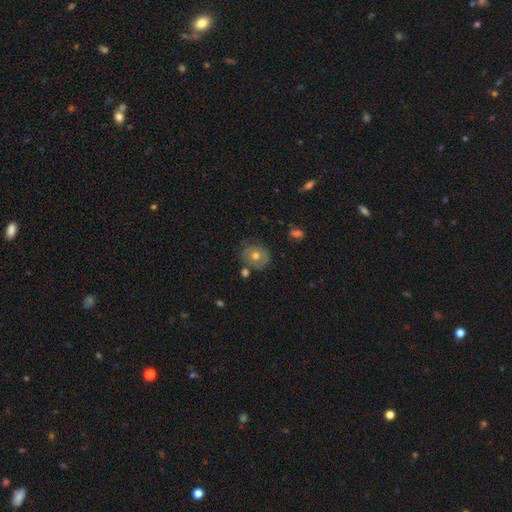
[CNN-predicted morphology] A smooth galaxy with no disk features (48%). Merging: none (73%).